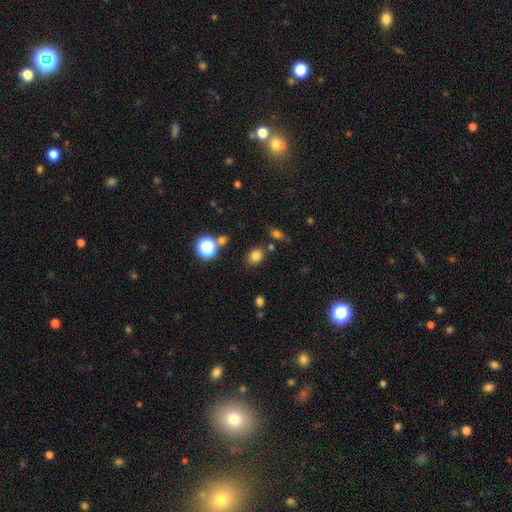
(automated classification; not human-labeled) The model was most divided on "how rounded": round: 51%, in between: 48%, cigar-shaped: 1%. More confident: smooth or featured — smooth (79%); merging — none (78%).